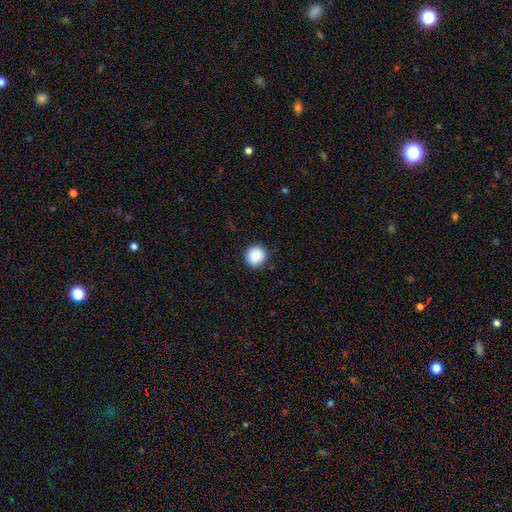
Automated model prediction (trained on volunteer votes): Q: Smooth or featured?
A: smooth (89%); runner-up: star or artifact (8%)
Q: How rounded?
A: round (92%); runner-up: in between (7%)
Q: Merging?
A: none (90%); runner-up: minor disturbance (7%)